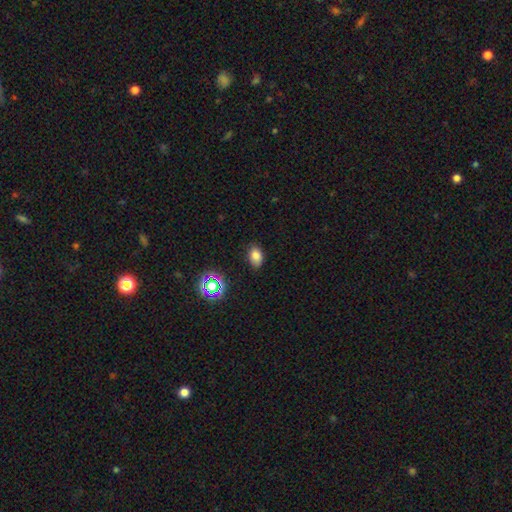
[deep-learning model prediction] smooth 78%, star or artifact 14%, featured or disk 7%. Down the decision tree: how rounded — in between (84%); merging — none (83%).